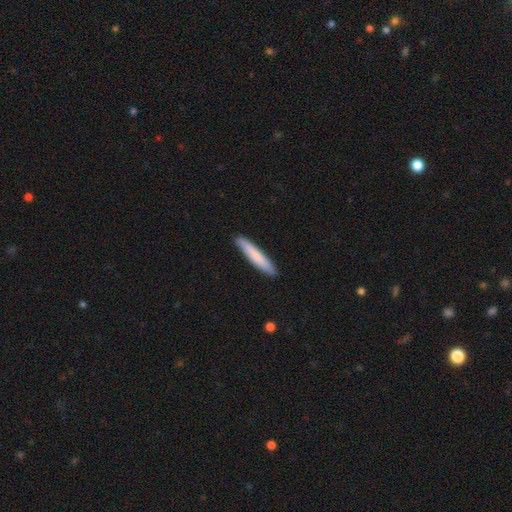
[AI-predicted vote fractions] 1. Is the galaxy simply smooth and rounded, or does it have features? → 77% smooth, 18% featured or disk, 5% star or artifact.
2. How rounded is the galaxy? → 93% cigar-shaped, 6% in between, 1% round.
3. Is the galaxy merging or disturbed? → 89% none, 8% minor disturbance, 1% major disturbance, 1% merger.